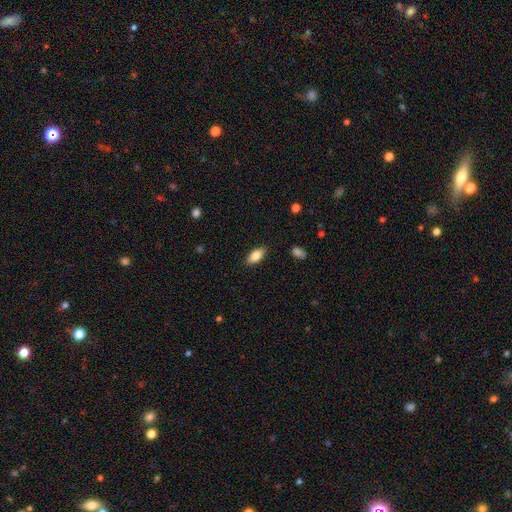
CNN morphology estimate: type=smooth (83%); roundness=in between (88%); merging=none (88%).